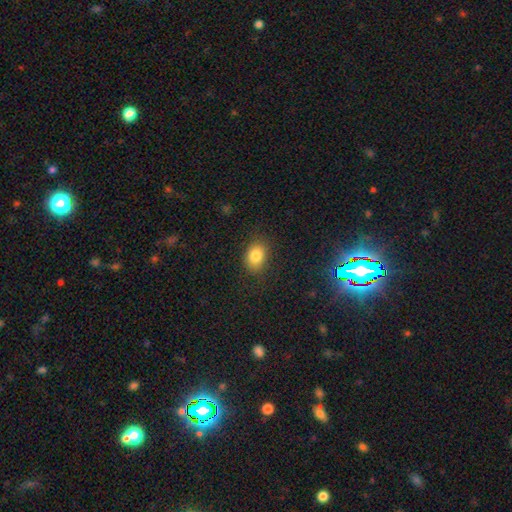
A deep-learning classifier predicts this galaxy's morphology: Overall: smooth (83%). How rounded: in between (66%; round 33%). Merging: none (82%).